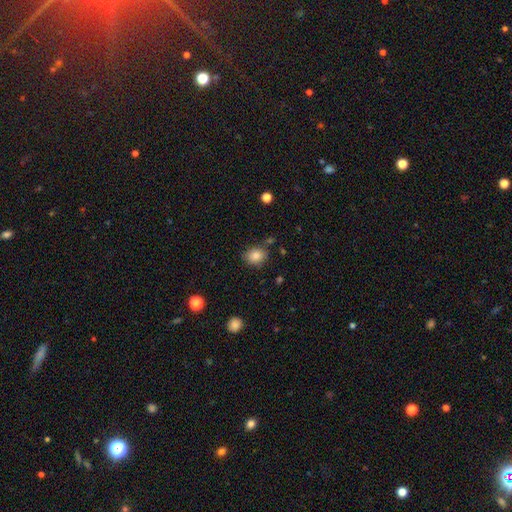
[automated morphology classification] smooth_or_featured: smooth (p=0.85) [alt: star or artifact p=0.10]
how_rounded: round (p=0.51) [alt: in between p=0.48]
merging: none (p=0.78) [alt: minor disturbance p=0.14]